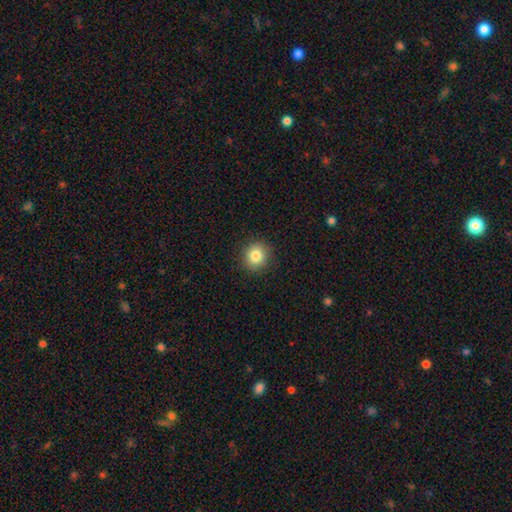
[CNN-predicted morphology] smooth_or_featured: smooth (p=0.83) [alt: star or artifact p=0.10]
how_rounded: round (p=0.87) [alt: in between p=0.12]
merging: none (p=0.91) [alt: minor disturbance p=0.06]